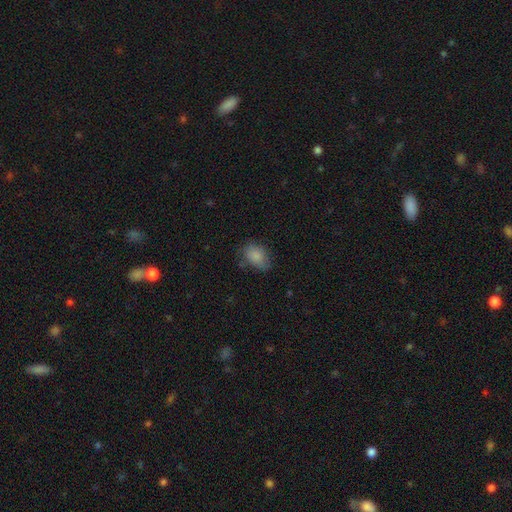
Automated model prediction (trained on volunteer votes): Morphology: type=smooth (85%); roundness=in between (81%); merging=none (67%).